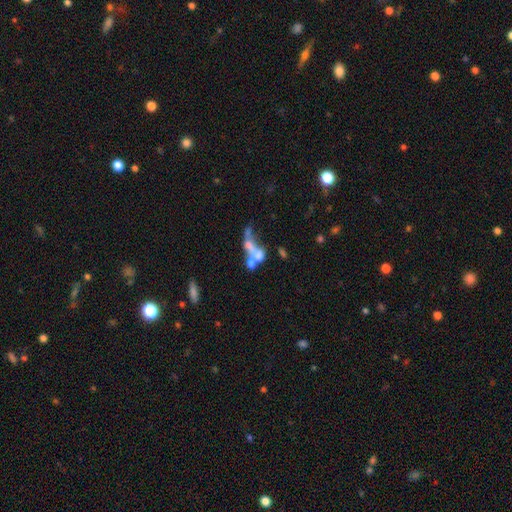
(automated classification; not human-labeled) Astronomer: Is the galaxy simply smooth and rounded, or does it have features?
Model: featured or disk — 46% (runner-up: smooth, 39%).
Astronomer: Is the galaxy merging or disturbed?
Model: merger — 60%.